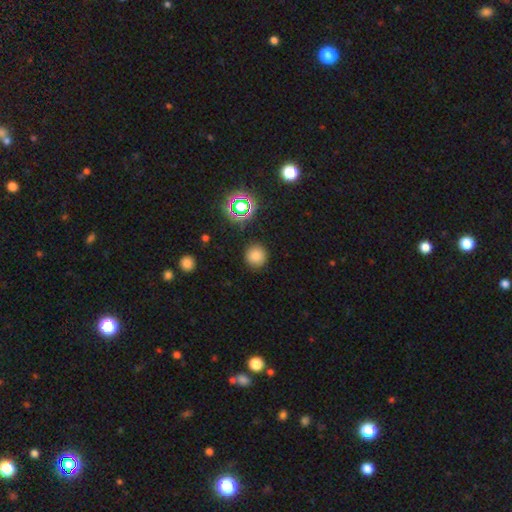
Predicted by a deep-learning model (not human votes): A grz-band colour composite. It shows a smooth galaxy with no disk features (78%) that is round (94%). Merging: none (88%).